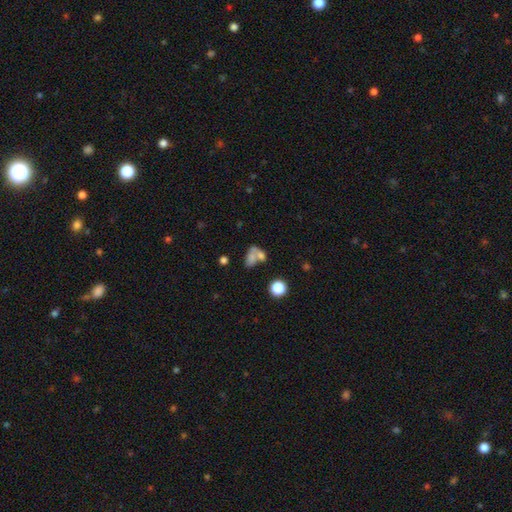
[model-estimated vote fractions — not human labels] A smooth galaxy with no disk features (64%) that is in between round and cigar-shaped (74%).

Vote fractions:
- Smooth or featured? smooth: 64% / featured or disk: 22% / star or artifact: 13%
- How rounded? in between: 74% / round: 23% / cigar-shaped: 3%
- Merging? merger: 54% / none: 22% / major disturbance: 12% / minor disturbance: 11%